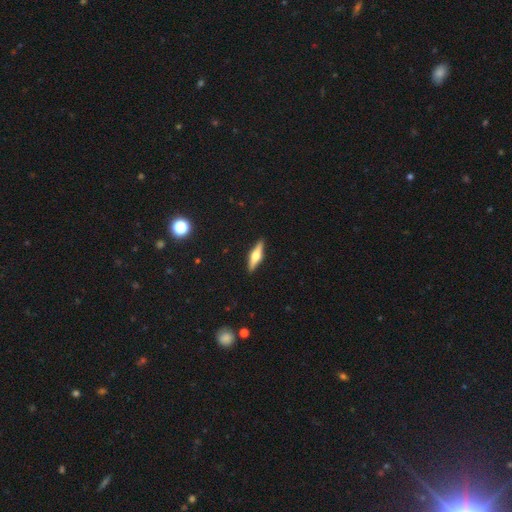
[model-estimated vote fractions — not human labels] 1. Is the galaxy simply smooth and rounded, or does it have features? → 63% featured or disk, 31% smooth, 6% star or artifact.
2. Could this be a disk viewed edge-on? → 96% yes, 4% no.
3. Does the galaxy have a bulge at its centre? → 92% rounded, 6% boxy, 2% none.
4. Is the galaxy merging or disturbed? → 90% none, 7% minor disturbance, 2% major disturbance, 1% merger.